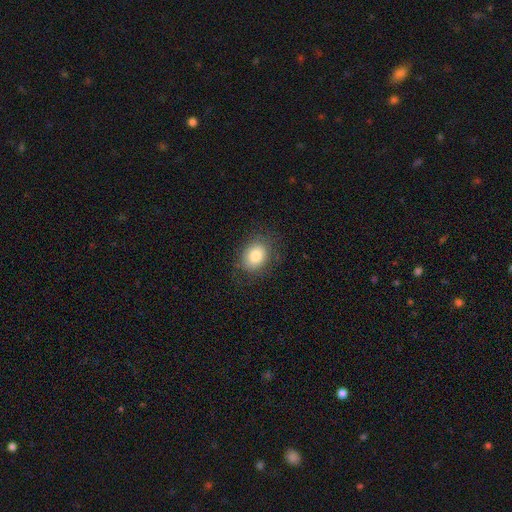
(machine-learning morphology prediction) A smooth galaxy with no disk features (82%) that is in between round and cigar-shaped (58%).

Vote fractions:
- Smooth or featured? smooth: 82% / featured or disk: 10% / star or artifact: 8%
- How rounded? in between: 58% / round: 41% / cigar-shaped: 1%
- Merging? none: 78% / minor disturbance: 15% / major disturbance: 6% / merger: 1%